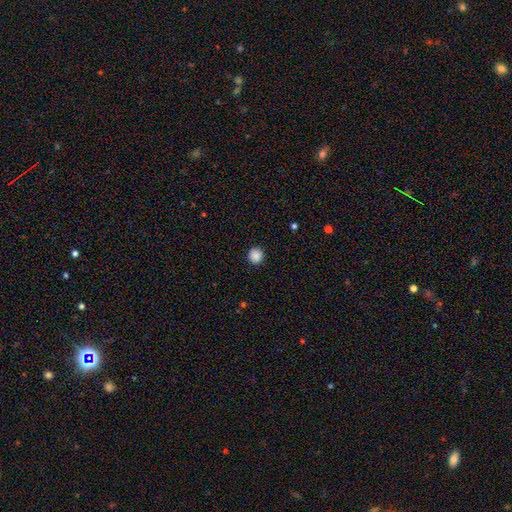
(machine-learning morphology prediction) A smooth galaxy with no disk features (88%) that is round (94%).

Vote fractions:
- Smooth or featured? smooth: 88% / star or artifact: 9% / featured or disk: 3%
- How rounded? round: 94% / in between: 5% / cigar-shaped: 1%
- Merging? none: 91% / minor disturbance: 6% / major disturbance: 2% / merger: 1%